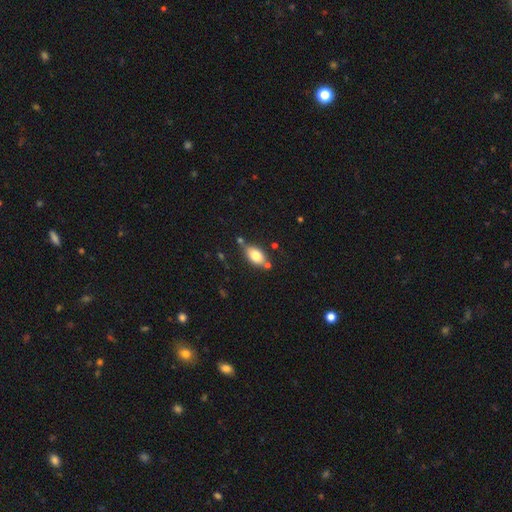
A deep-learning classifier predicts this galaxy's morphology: smooth_or_featured: smooth (p=0.75) [alt: featured or disk p=0.17]
how_rounded: in between (p=0.86) [alt: round p=0.10]
merging: none (p=0.62) [alt: minor disturbance p=0.20]